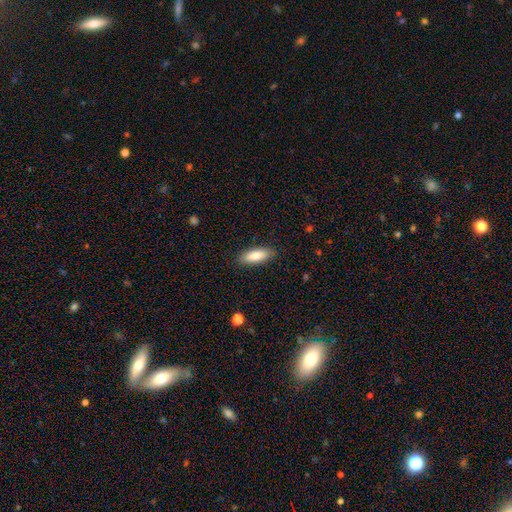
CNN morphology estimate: smooth-or-featured: smooth: 84% | featured or disk: 10% | star or artifact: 6%
  how-rounded: in between: 67% | cigar-shaped: 31% | round: 2%
  merging: none: 88% | minor disturbance: 9% | major disturbance: 2% | merger: 1%